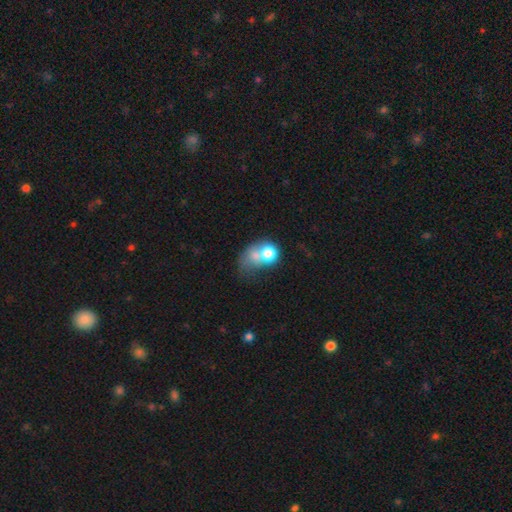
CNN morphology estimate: Overall: smooth (64%). How rounded: round (52%; in between 47%). Merging: merger (50%; major disturbance 21%).